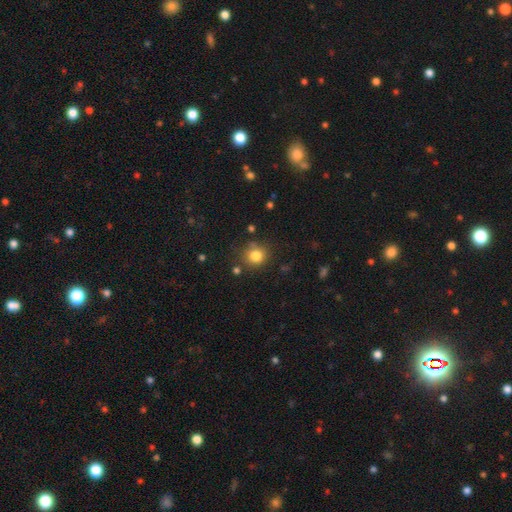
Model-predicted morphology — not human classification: This appears to be a smooth galaxy with no disk features (82%) that is round (86%). Merging: none (77%).